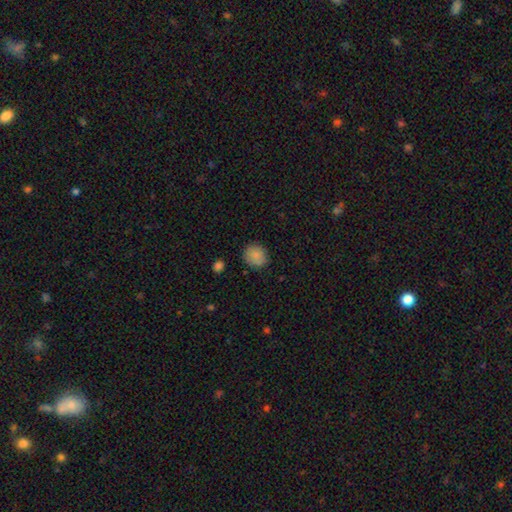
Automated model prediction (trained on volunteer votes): The model was most divided on "how rounded": round: 83%, in between: 16%, cigar-shaped: 1%. More confident: smooth or featured — smooth (86%); merging — none (85%).